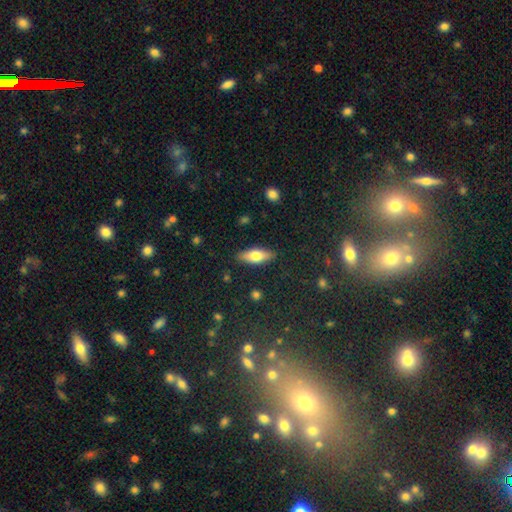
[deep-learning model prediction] This is likely a smooth galaxy (66%). How rounded: likely in between (69%). Merging: clearly none (87%).